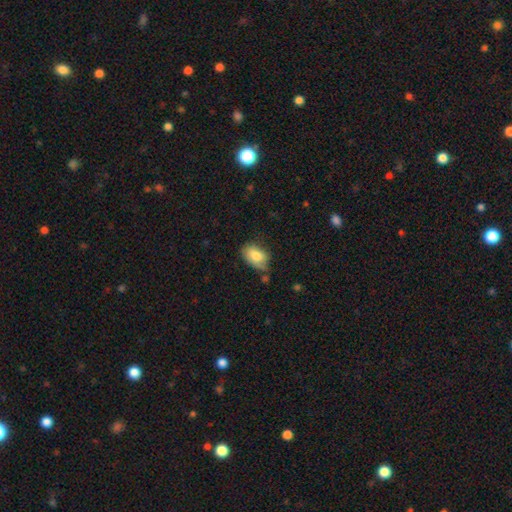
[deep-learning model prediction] smooth-or-featured: smooth: 81% | featured or disk: 12% | star or artifact: 7%
  how-rounded: in between: 88% | round: 10% | cigar-shaped: 1%
  merging: none: 52% | minor disturbance: 34% | major disturbance: 8% | merger: 6%